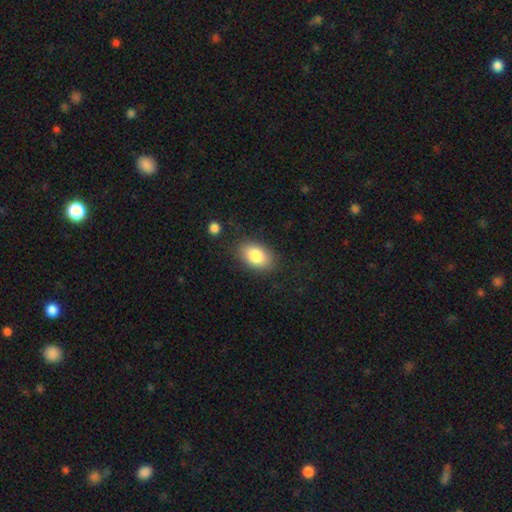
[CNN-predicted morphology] Overall: smooth (83%). How rounded: in between (87%). Merging: none (83%).